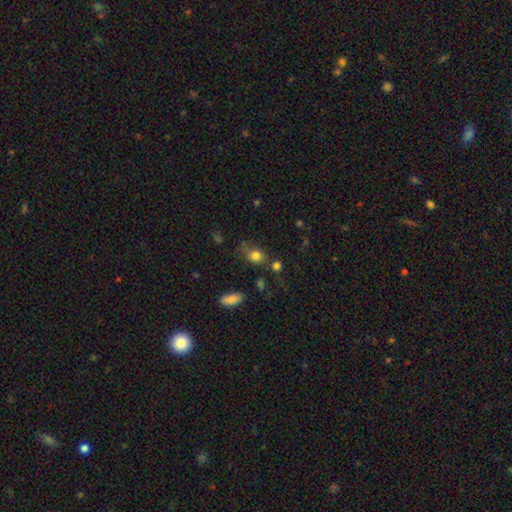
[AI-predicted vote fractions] smooth-or-featured: smooth: 81% | star or artifact: 11% | featured or disk: 8%
  how-rounded: round: 51% | in between: 48% | cigar-shaped: 2%
  merging: none: 58% | minor disturbance: 23% | major disturbance: 11% | merger: 8%